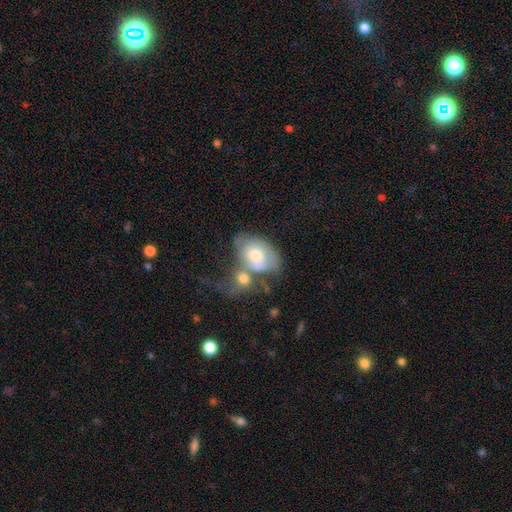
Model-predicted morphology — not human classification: smooth 52%, featured or disk 41%, star or artifact 7%. Down the decision tree: how rounded — in between (77%); merging — merger (52%).